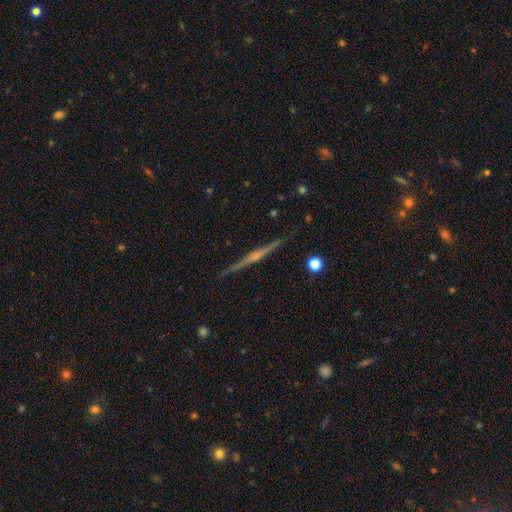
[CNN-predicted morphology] featured or disk 82%, smooth 12%, star or artifact 6%. Down the decision tree: edge-on disk — yes (99%); edge-on bulge — rounded (77%); merging — none (92%).